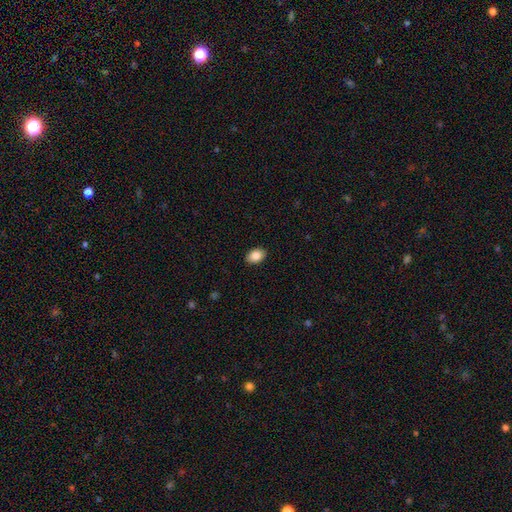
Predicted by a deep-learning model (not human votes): This is clearly a smooth galaxy (86%). How rounded: clearly in between (83%). Merging: clearly none (89%).